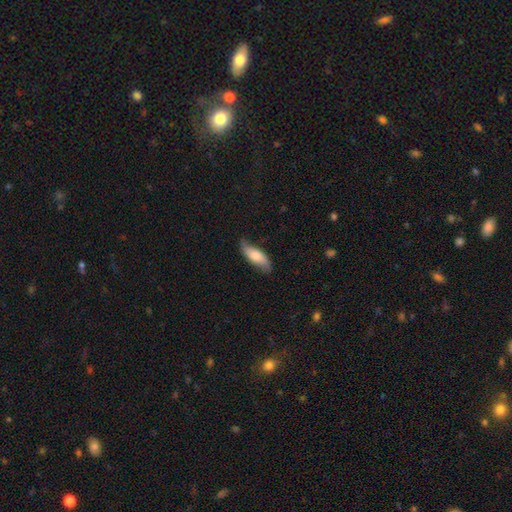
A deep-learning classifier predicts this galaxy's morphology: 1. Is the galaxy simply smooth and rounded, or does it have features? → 60% smooth, 34% featured or disk, 6% star or artifact.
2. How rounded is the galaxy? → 67% in between, 31% cigar-shaped, 2% round.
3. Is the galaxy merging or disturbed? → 70% none, 24% minor disturbance, 4% major disturbance, 1% merger.